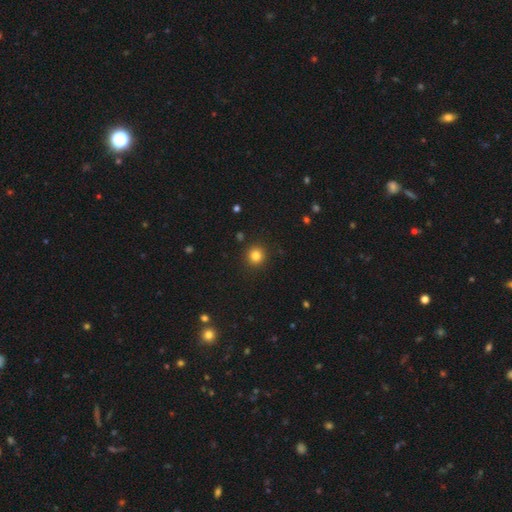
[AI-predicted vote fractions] A smooth galaxy with no disk features (83%) that is round (94%).

Vote fractions:
- Smooth or featured? smooth: 83% / star or artifact: 12% / featured or disk: 5%
- How rounded? round: 94% / in between: 5% / cigar-shaped: 1%
- Merging? none: 92% / minor disturbance: 5% / major disturbance: 2% / merger: 1%